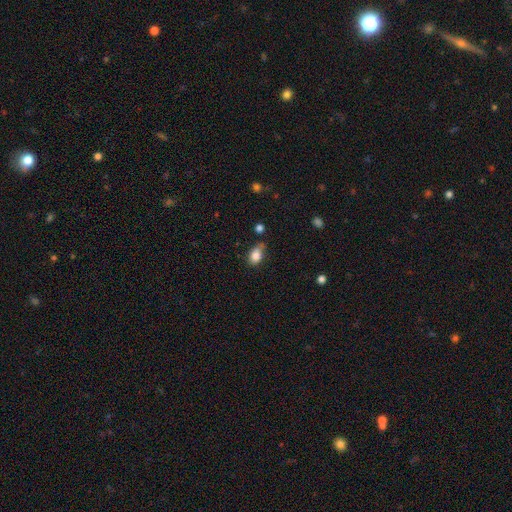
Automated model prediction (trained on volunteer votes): A smooth galaxy with no disk features (81%) that is in between round and cigar-shaped (80%). Merging: none (51%).